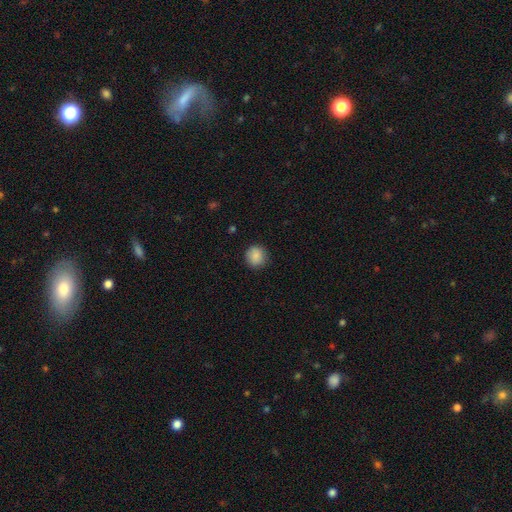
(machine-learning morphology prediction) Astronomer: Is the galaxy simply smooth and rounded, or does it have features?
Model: smooth — 88%.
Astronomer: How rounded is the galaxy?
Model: round — 90%.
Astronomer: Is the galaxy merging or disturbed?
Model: none — 88%.